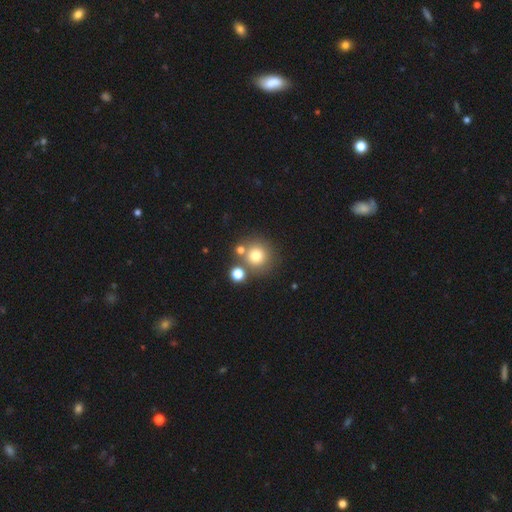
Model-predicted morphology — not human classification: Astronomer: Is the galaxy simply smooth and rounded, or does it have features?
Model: smooth — 75%.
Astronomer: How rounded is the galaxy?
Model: round — 93%.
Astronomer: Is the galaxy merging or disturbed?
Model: none — 71%.